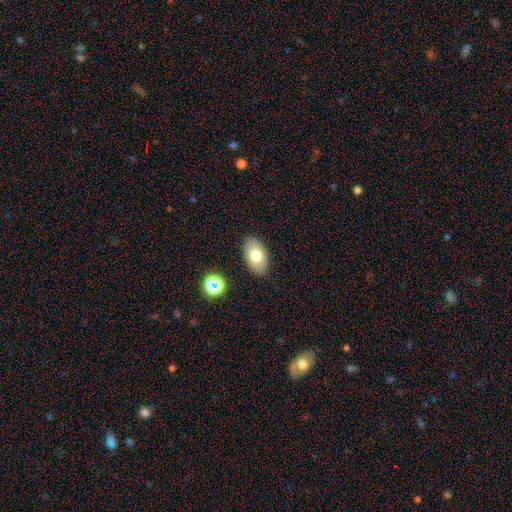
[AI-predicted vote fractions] Overall: smooth (72%). How rounded: in between (92%). Merging: none (87%).